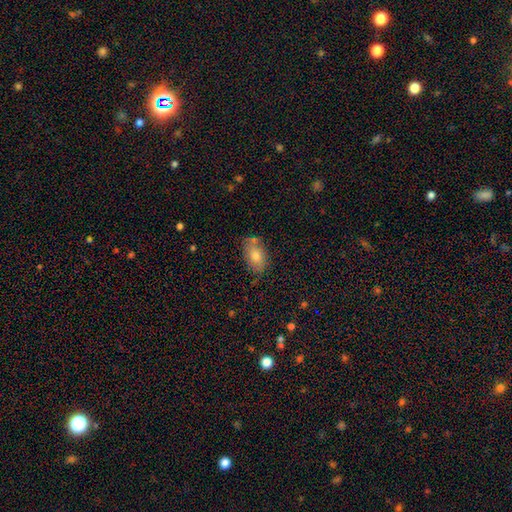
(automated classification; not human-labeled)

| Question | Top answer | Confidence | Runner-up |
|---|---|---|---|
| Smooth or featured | smooth | 75% | featured or disk (16%) |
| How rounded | in between | 89% | round (9%) |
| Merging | none | 71% | minor disturbance (18%) |